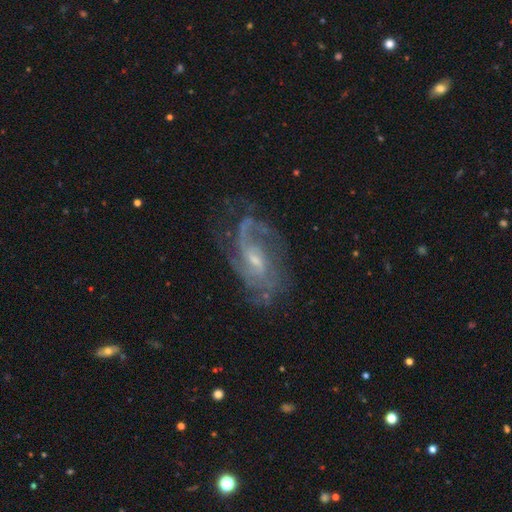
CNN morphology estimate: type=featured or disk (85%); edge-on=no (95%); bar=weak (48%); spiral arms=yes (96%); winding=medium (47%); arm count=2 (46%); bulge=small (61%); merging=none (69%).